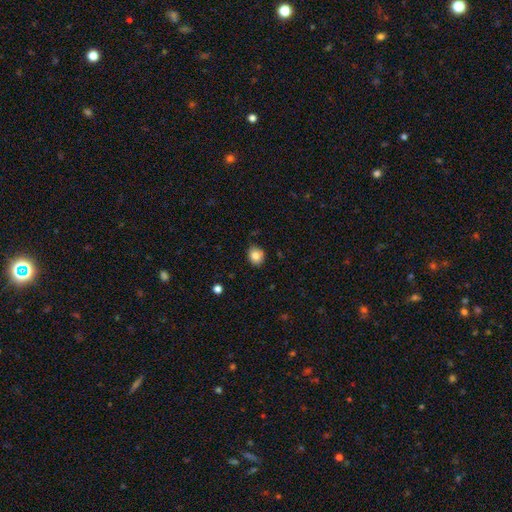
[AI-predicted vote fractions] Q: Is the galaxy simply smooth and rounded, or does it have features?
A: smooth — 84%.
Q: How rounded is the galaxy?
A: round — 66%.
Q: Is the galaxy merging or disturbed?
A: none — 84%.